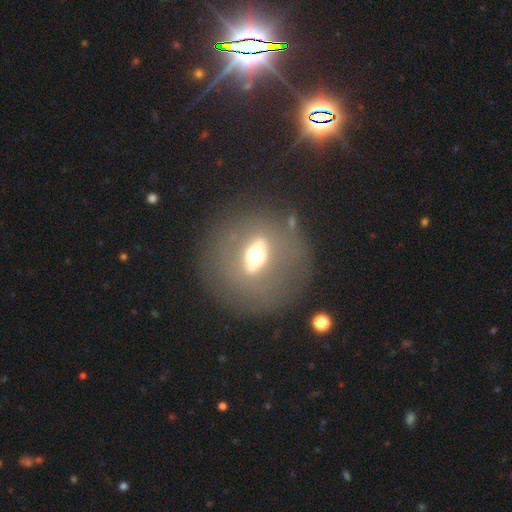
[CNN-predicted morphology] Smooth or featured?
  - featured or disk: 53% *
  - smooth: 32%
  - star or artifact: 15%
Edge-on disk?
  - no: 57% *
  - yes: 43%
Merging?
  - none: 77% *
  - minor disturbance: 11%
  - major disturbance: 9%
  - merger: 4%